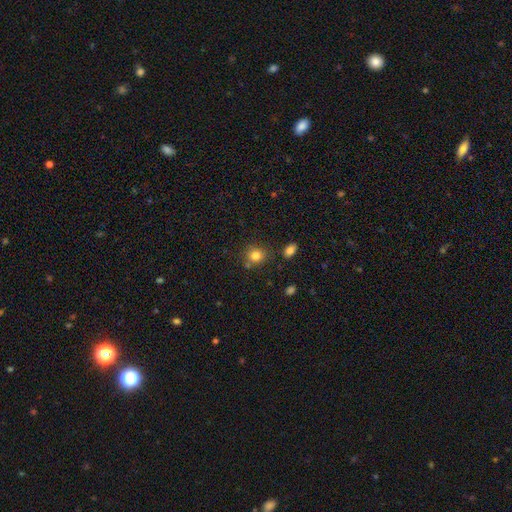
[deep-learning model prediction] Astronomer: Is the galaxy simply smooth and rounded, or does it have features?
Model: smooth — 82%.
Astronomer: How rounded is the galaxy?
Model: round — 79%.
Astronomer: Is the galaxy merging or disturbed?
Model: none — 75%.